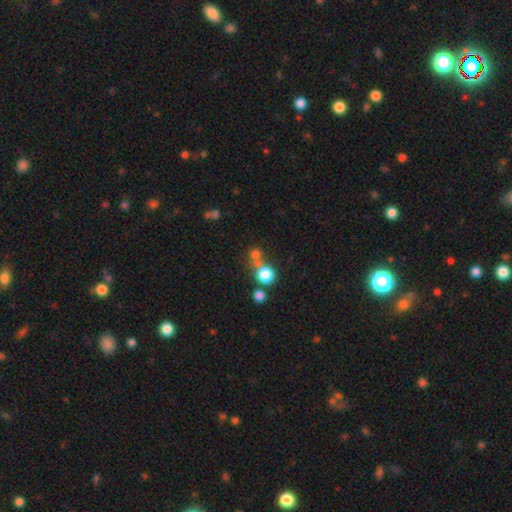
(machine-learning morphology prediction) type=smooth (65%); roundness=round (88%); merging=none (52%).